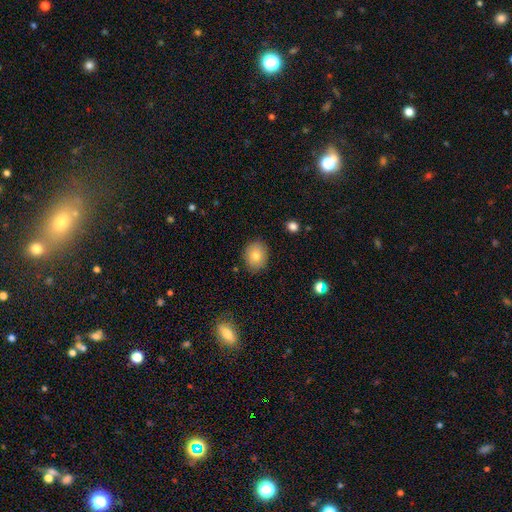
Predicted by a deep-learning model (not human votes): Smooth or featured?
  - smooth: 82% *
  - featured or disk: 10%
  - star or artifact: 9%
How rounded?
  - round: 56% *
  - in between: 43%
  - cigar-shaped: 1%
Merging?
  - none: 86% *
  - minor disturbance: 10%
  - major disturbance: 3%
  - merger: 1%